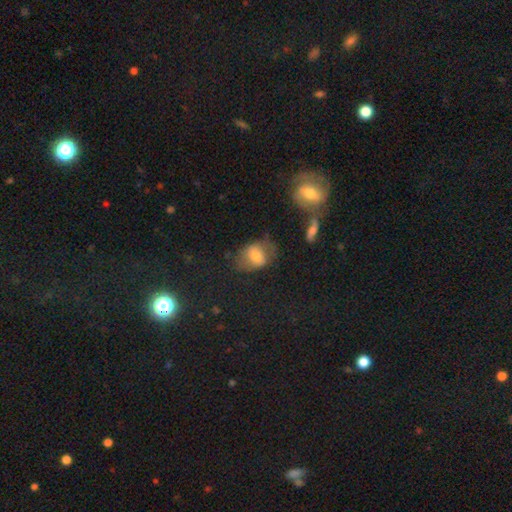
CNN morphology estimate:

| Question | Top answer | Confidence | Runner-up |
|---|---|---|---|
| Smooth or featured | smooth | 62% | featured or disk (25%) |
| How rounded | in between | 68% | round (30%) |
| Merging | none | 47% | minor disturbance (28%) |